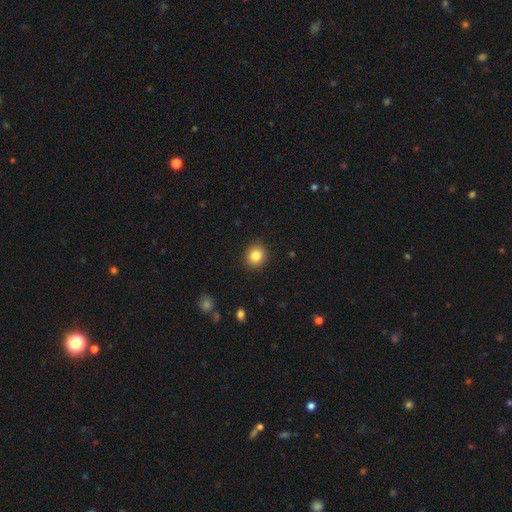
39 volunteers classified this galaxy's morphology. A smooth galaxy with no disk features (82%) that is round (88%).

Vote fractions:
- Smooth or featured? smooth: 82% / star or artifact: 13% / featured or disk: 5%
- How rounded? round: 88% / in between: 12% / cigar-shaped: 0%
- Merging? none: 88% / minor disturbance: 6% / major disturbance: 6% / merger: 0%